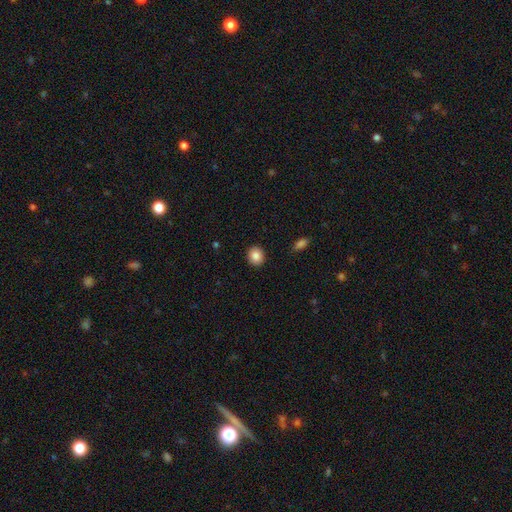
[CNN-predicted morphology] Smooth or featured? Predicted: smooth (p=0.86). How rounded? Predicted: round (p=0.77). Merging? Predicted: none (p=0.91).